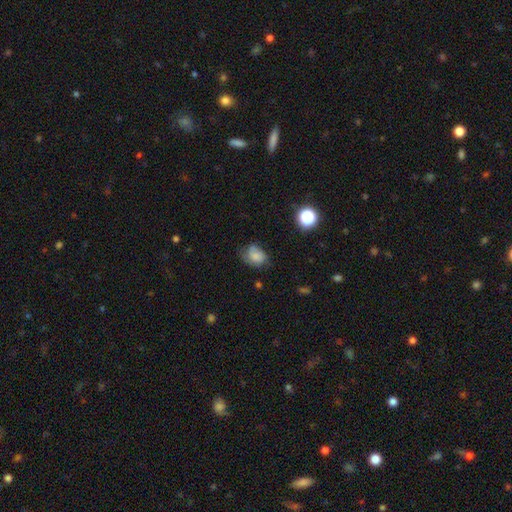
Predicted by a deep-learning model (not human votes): The model was most divided on "merging": none: 47%, minor disturbance: 32%, major disturbance: 18%, merger: 2%. More confident: smooth or featured — smooth (60%); how rounded — in between (57%).